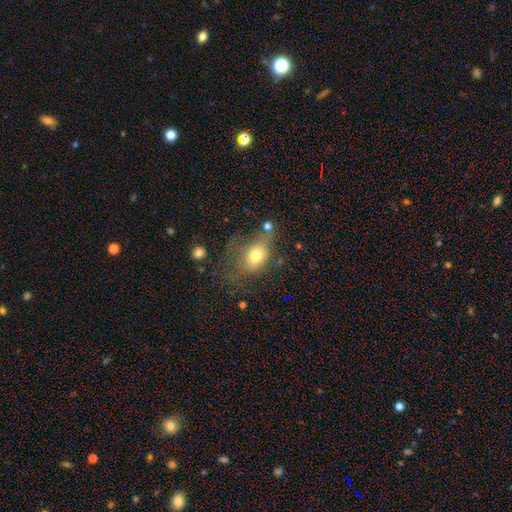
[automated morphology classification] Overall: smooth (69%). How rounded: in between (62%; round 36%). Merging: none (38%; major disturbance 29%).